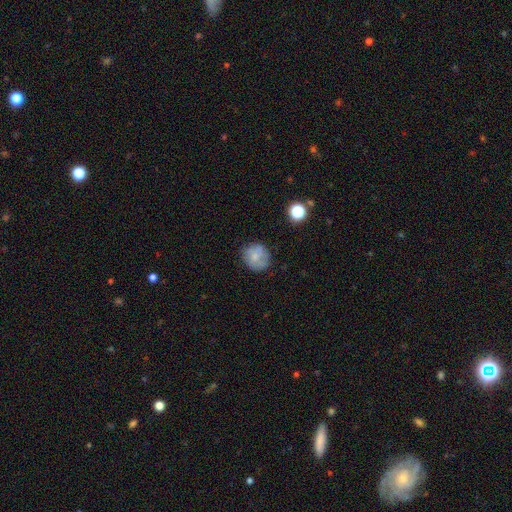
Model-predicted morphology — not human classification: This is likely a smooth galaxy (64%). How rounded: clearly round (82%). Merging: likely none (69%).